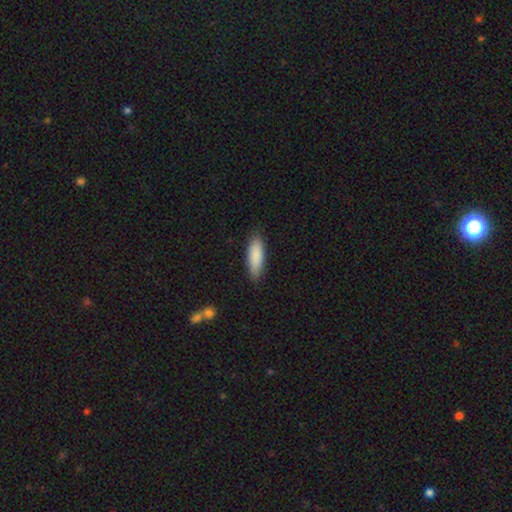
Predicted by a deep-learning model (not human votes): A smooth galaxy with no disk features (87%) that is in between round and cigar-shaped (51%).

Vote fractions:
- Smooth or featured? smooth: 87% / featured or disk: 8% / star or artifact: 6%
- How rounded? in between: 51% / cigar-shaped: 47% / round: 2%
- Merging? none: 85% / minor disturbance: 12% / major disturbance: 2% / merger: 1%